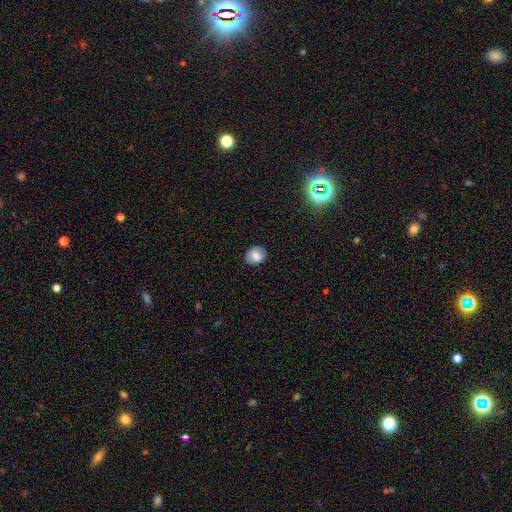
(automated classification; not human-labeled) smooth-or-featured: smooth: 78% | featured or disk: 12% | star or artifact: 9%
  how-rounded: round: 64% | in between: 35% | cigar-shaped: 1%
  merging: none: 87% | minor disturbance: 10% | major disturbance: 2% | merger: 1%